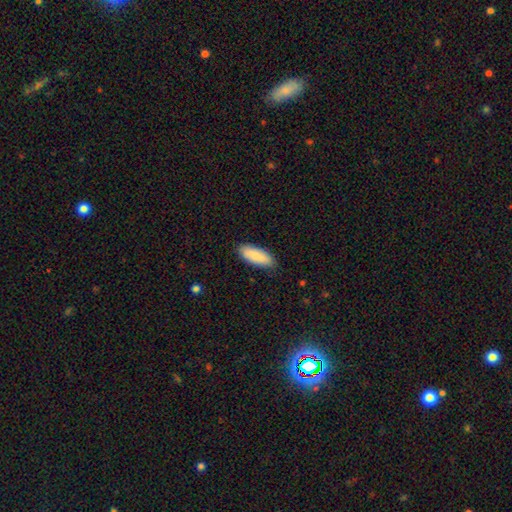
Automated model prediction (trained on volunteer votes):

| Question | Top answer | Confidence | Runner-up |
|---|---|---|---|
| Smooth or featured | smooth | 88% | featured or disk (6%) |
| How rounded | in between | 74% | cigar-shaped (25%) |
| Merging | none | 87% | minor disturbance (10%) |